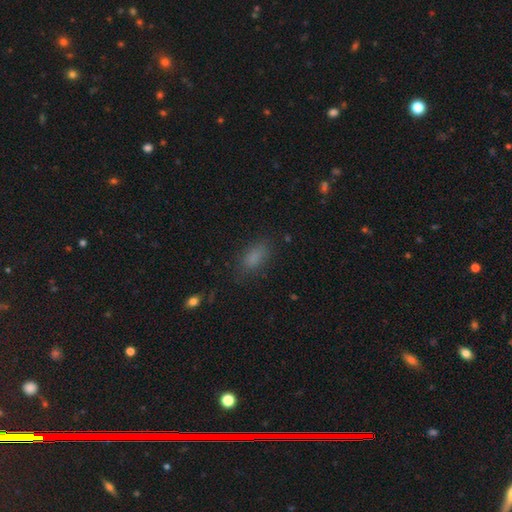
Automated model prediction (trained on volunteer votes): A smooth galaxy with no disk features (81%) that is in between round and cigar-shaped (84%). Merging: none (79%).